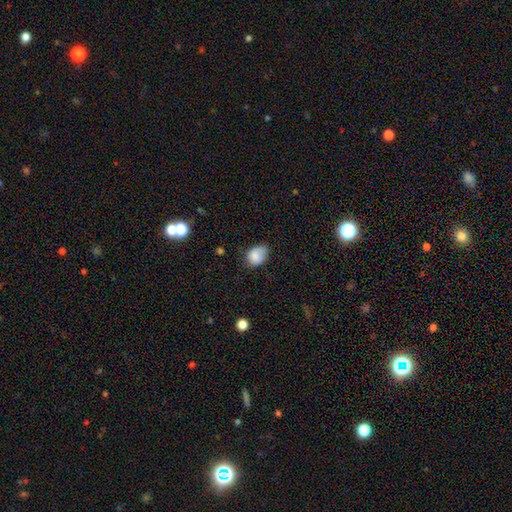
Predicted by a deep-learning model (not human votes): Smooth or featured? smooth (84%)
How rounded? in between (71%)
Merging? none (56%)